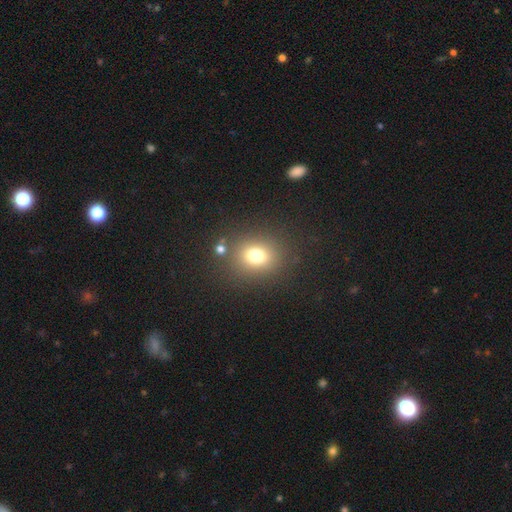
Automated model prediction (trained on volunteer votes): A smooth galaxy with no disk features (75%) that is round (68%). Merging: none (82%).